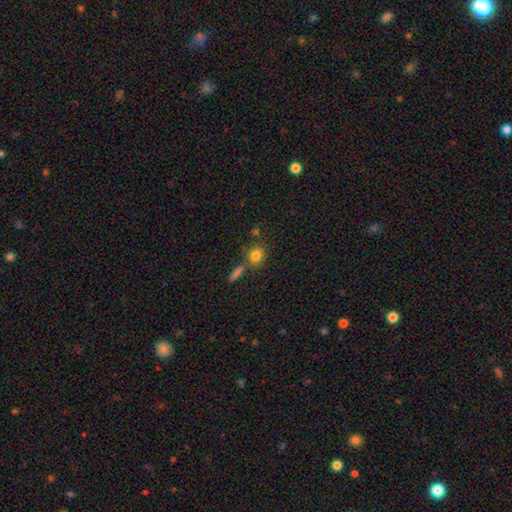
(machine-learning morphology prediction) The model was most divided on "how rounded": round: 68%, in between: 30%, cigar-shaped: 3%. More confident: smooth or featured — smooth (82%); merging — none (67%).